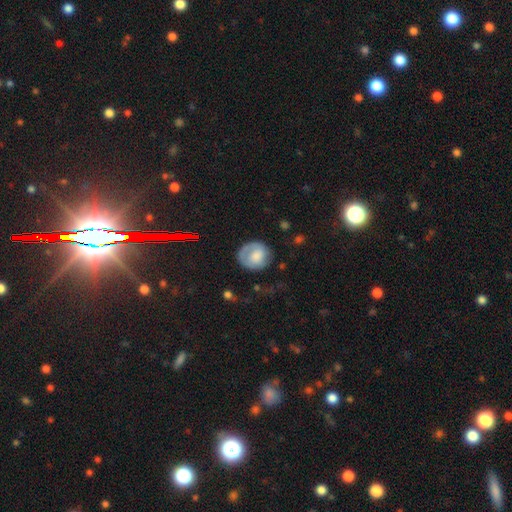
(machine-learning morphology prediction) Overall: smooth (59%; featured or disk 35%). How rounded: round (75%). Merging: none (58%; minor disturbance 23%).